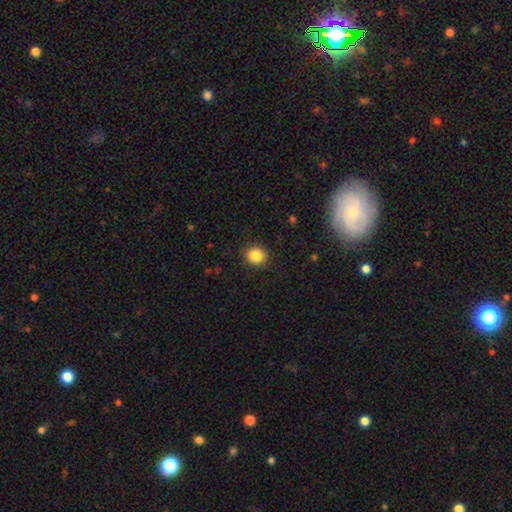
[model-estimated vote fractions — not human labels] A smooth galaxy with no disk features (85%) that is round (84%). Merging: none (90%).